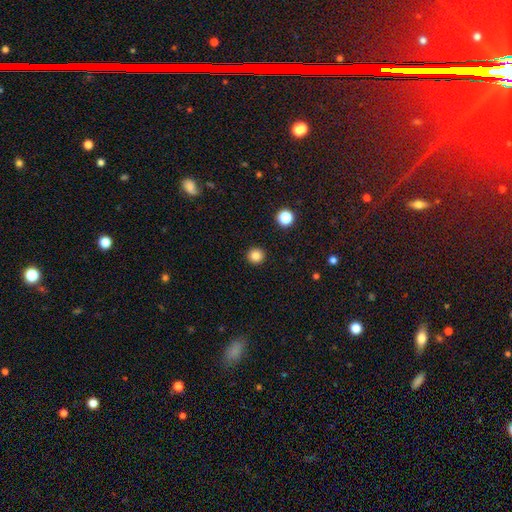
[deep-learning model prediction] Overall: smooth (83%). How rounded: round (95%). Merging: none (93%).